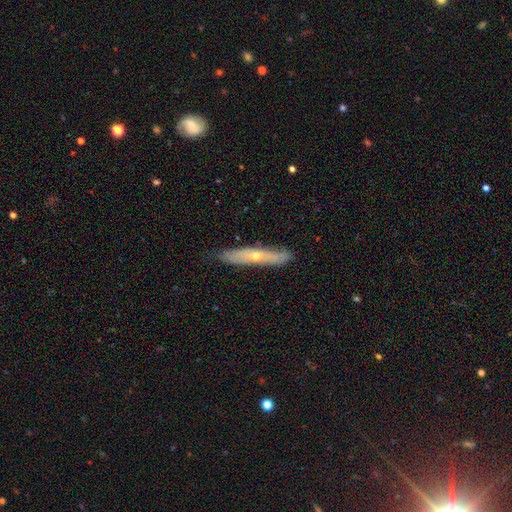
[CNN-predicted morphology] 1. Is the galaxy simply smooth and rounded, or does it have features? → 56% featured or disk, 37% smooth, 7% star or artifact.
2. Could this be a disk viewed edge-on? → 69% yes, 31% no.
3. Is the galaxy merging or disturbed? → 78% none, 17% minor disturbance, 3% major disturbance, 1% merger.